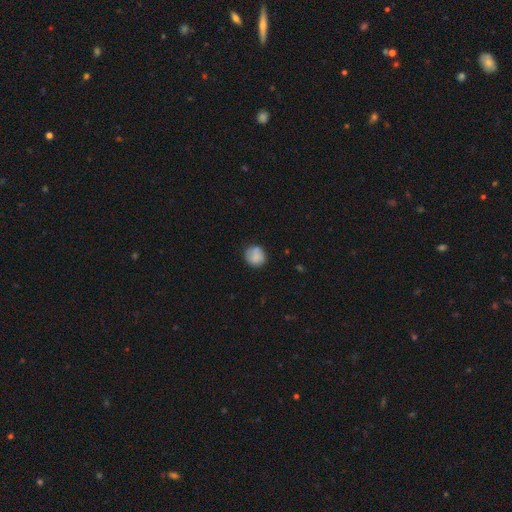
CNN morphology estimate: A smooth galaxy with no disk features (78%) that is round (88%). Merging: none (78%).